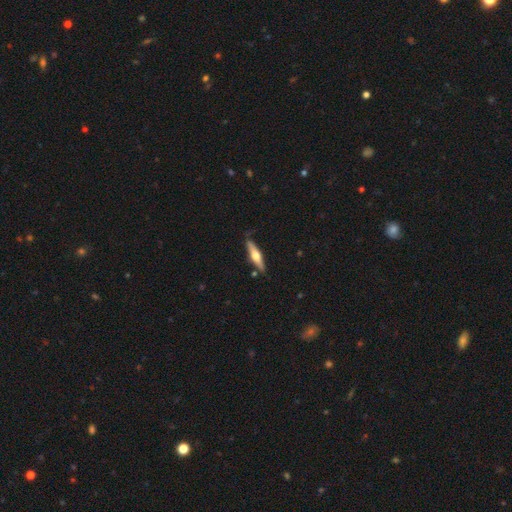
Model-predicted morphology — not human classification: The model was most divided on "smooth or featured": featured or disk: 63%, smooth: 32%, star or artifact: 5%. More confident: edge-on disk — yes (96%); edge-on bulge — rounded (94%); merging — none (83%).